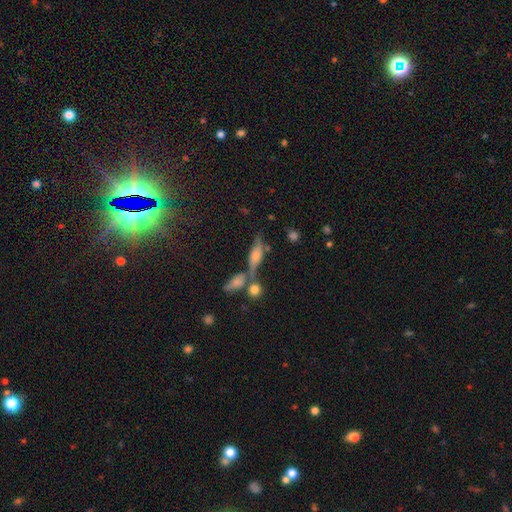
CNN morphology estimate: smooth 49%, featured or disk 41%, star or artifact 10%. Down the decision tree: merging — none (50%).